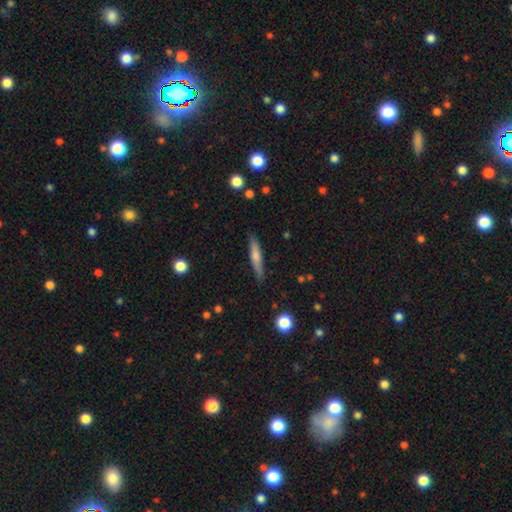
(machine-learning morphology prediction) Smooth or featured? smooth (48%)
Merging? none (88%)